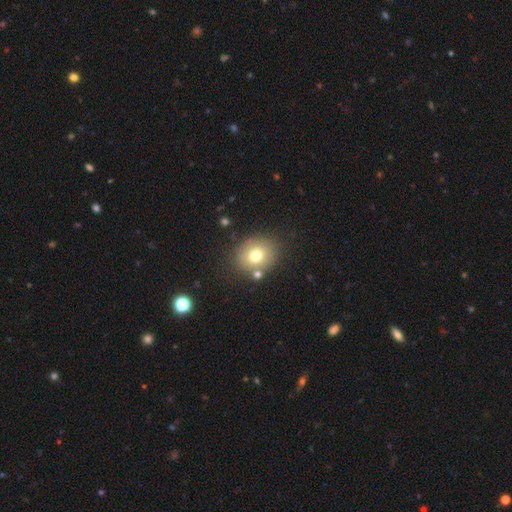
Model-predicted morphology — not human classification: type=smooth (73%); roundness=round (63%); merging=none (76%).